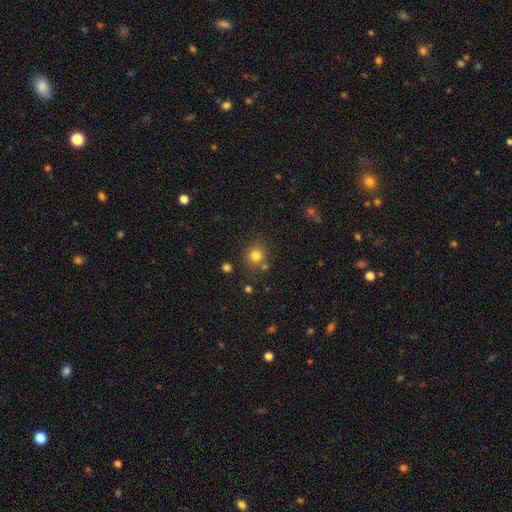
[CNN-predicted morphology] The model was most divided on "merging": none: 75%, merger: 11%, minor disturbance: 10%, major disturbance: 3%. More confident: how rounded — round (86%); smooth or featured — smooth (81%).